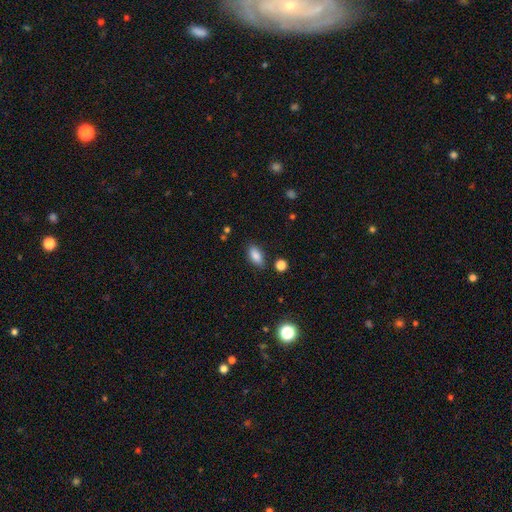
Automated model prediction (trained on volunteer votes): Q: Smooth or featured?
A: smooth (86%); runner-up: star or artifact (8%)
Q: How rounded?
A: in between (88%); runner-up: cigar-shaped (7%)
Q: Merging?
A: none (84%); runner-up: minor disturbance (11%)